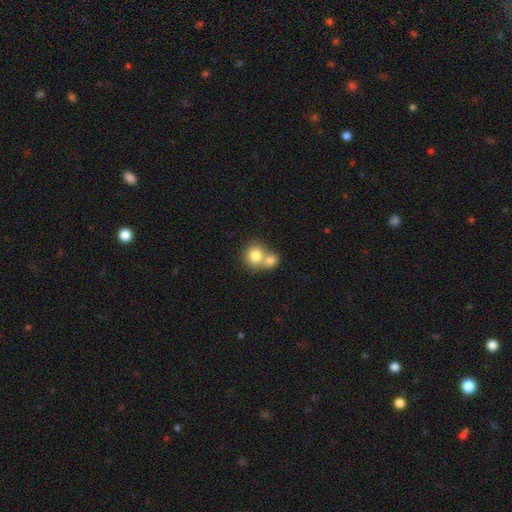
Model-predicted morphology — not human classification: smooth 80%, featured or disk 11%, star or artifact 9%. Down the decision tree: how rounded — round (80%); merging — merger (61%).